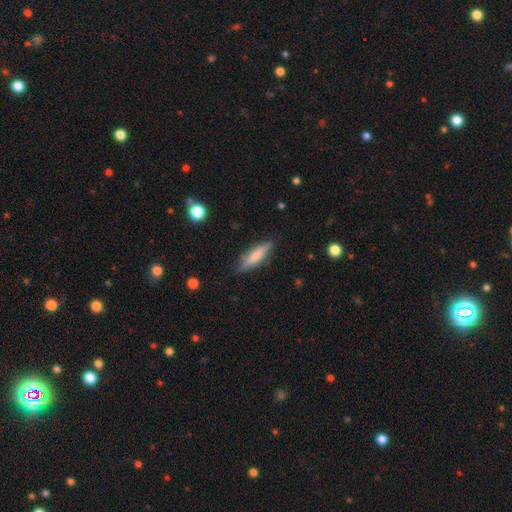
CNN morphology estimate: The model was most divided on "how rounded": cigar-shaped: 68%, in between: 30%, round: 2%. More confident: merging — none (82%); smooth or featured — smooth (71%).